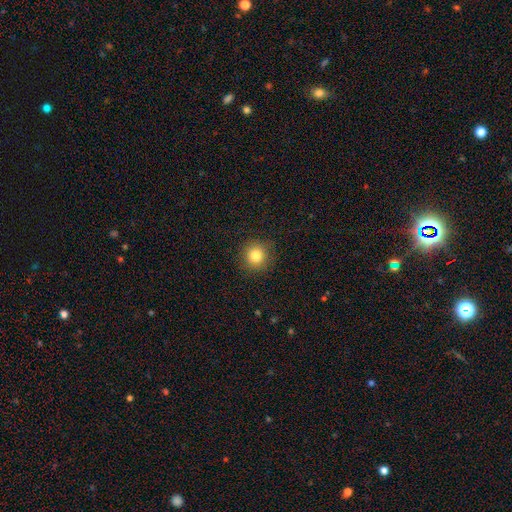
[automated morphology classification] Smooth or featured? smooth (83%)
How rounded? round (93%)
Merging? none (90%)